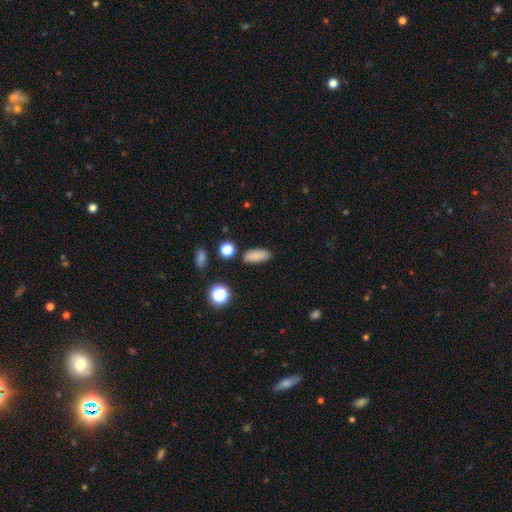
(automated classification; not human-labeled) Morphology: type=smooth (84%); roundness=in between (81%); merging=none (82%).